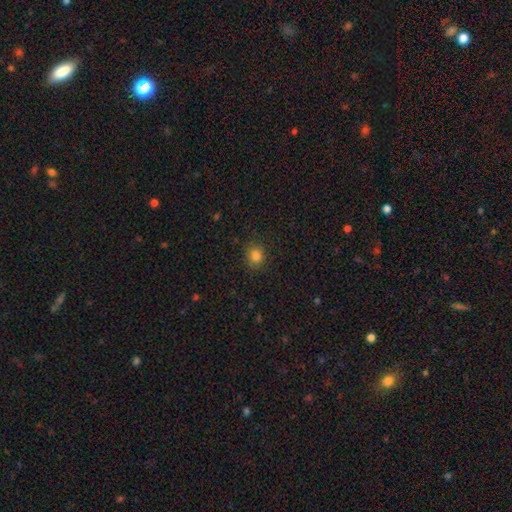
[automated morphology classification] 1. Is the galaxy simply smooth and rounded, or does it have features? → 83% smooth, 12% star or artifact, 5% featured or disk.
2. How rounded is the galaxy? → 74% round, 25% in between, 1% cigar-shaped.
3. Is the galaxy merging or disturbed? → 86% none, 10% minor disturbance, 3% major disturbance, 1% merger.